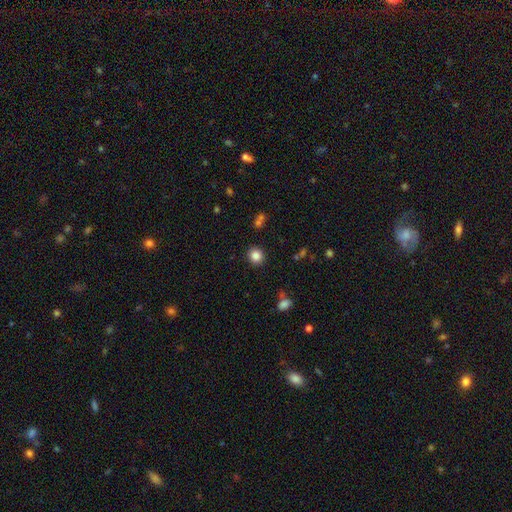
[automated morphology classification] Smooth or featured? smooth (85%)
How rounded? round (86%)
Merging? none (89%)